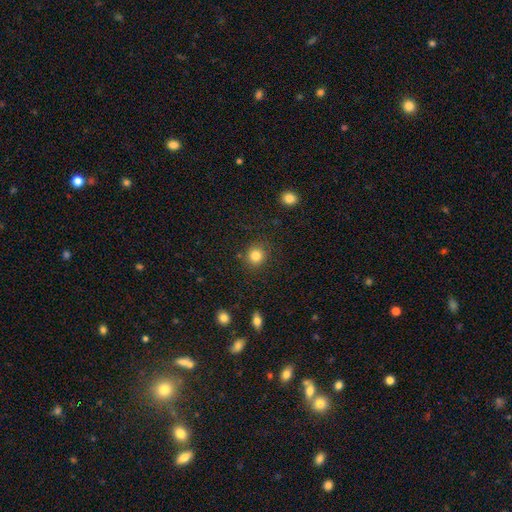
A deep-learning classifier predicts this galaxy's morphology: The model was most divided on "smooth or featured": smooth: 84%, star or artifact: 11%, featured or disk: 6%. More confident: merging — none (87%); how rounded — round (86%).